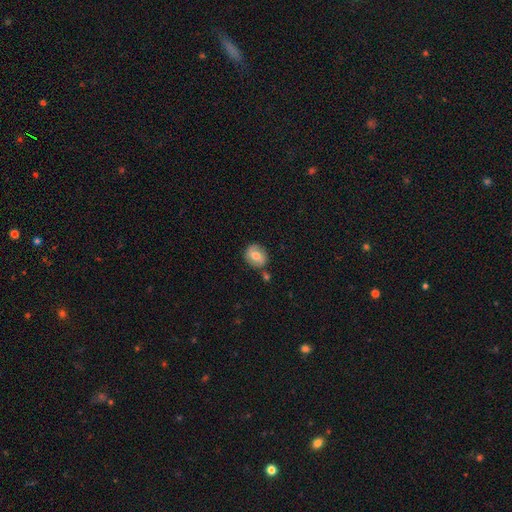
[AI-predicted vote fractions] Smooth or featured? Predicted: smooth (p=0.65). How rounded? Predicted: round (p=0.70). Merging? Predicted: none (p=0.75).